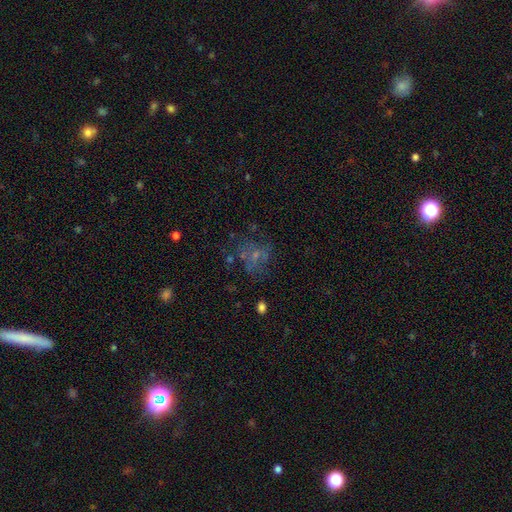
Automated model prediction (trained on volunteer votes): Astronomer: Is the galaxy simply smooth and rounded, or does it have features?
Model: featured or disk — 39% (runner-up: smooth, 37%).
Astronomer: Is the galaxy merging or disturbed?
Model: none — 49% (runner-up: major disturbance, 26%).